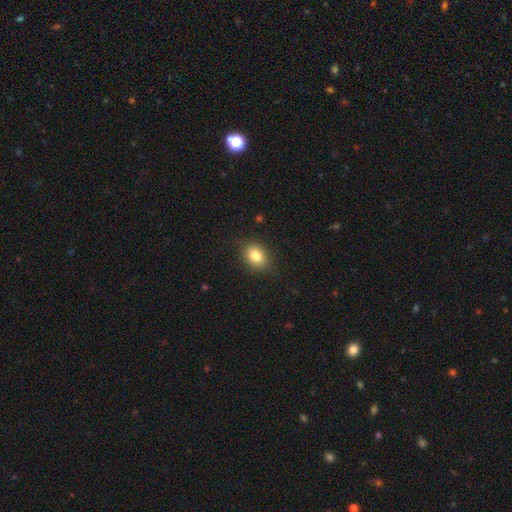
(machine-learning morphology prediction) Smooth or featured?
  - smooth: 82% *
  - star or artifact: 10%
  - featured or disk: 8%
How rounded?
  - in between: 53% *
  - round: 46%
  - cigar-shaped: 1%
Merging?
  - none: 86% *
  - minor disturbance: 11%
  - major disturbance: 3%
  - merger: 1%